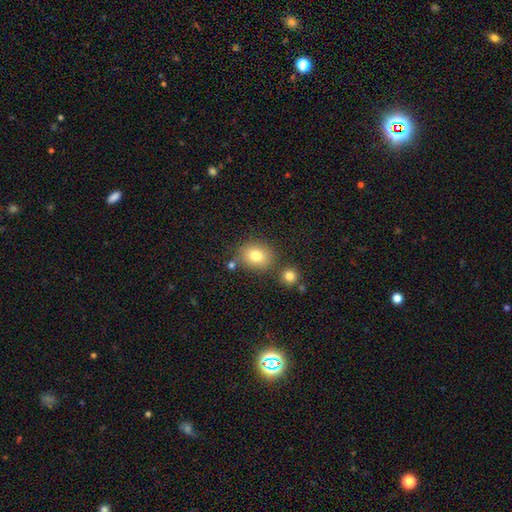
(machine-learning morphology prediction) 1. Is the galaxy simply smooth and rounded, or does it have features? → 80% smooth, 11% star or artifact, 10% featured or disk.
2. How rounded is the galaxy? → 63% round, 36% in between, 1% cigar-shaped.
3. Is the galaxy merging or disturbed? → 71% none, 13% minor disturbance, 12% merger, 4% major disturbance.